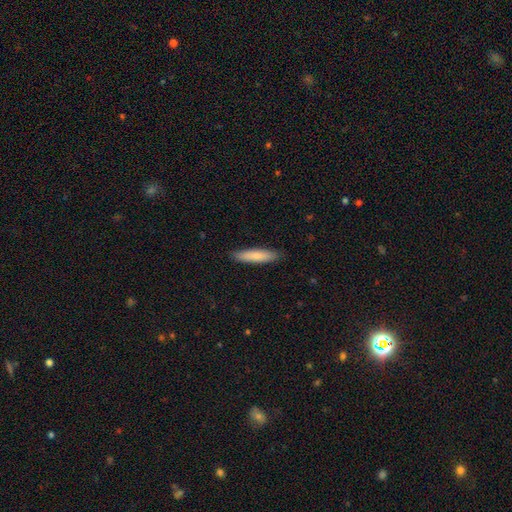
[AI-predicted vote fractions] Q: Smooth or featured?
A: smooth (80%); runner-up: featured or disk (15%)
Q: How rounded?
A: cigar-shaped (81%); runner-up: in between (17%)
Q: Merging?
A: none (88%); runner-up: minor disturbance (9%)